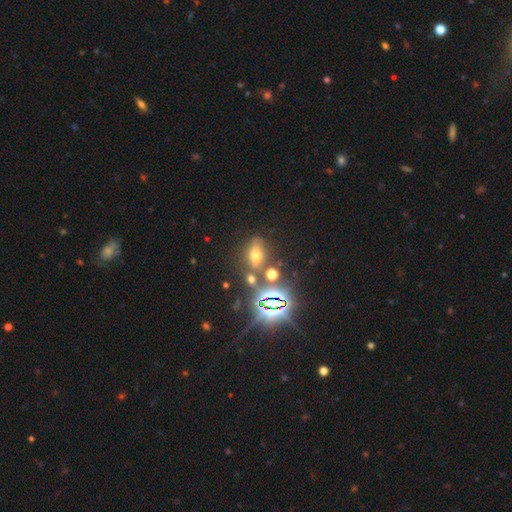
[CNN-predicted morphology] Smooth or featured: star or artifact — 45% (smooth — 41%)